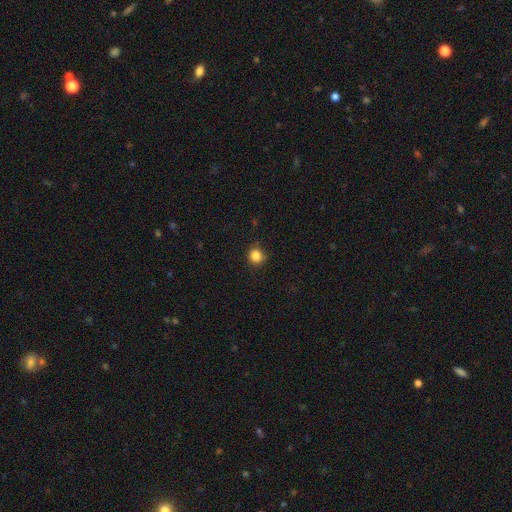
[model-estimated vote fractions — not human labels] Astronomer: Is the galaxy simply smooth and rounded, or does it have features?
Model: smooth — 85%.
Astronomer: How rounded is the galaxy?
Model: round — 90%.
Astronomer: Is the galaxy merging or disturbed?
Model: none — 87%.